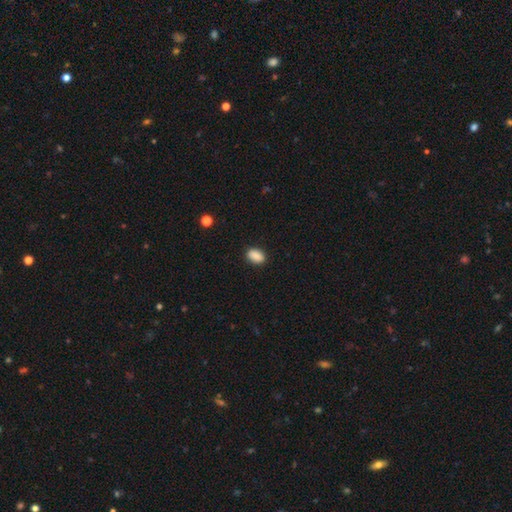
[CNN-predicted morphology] Overall: smooth (89%). How rounded: in between (86%). Merging: none (88%).